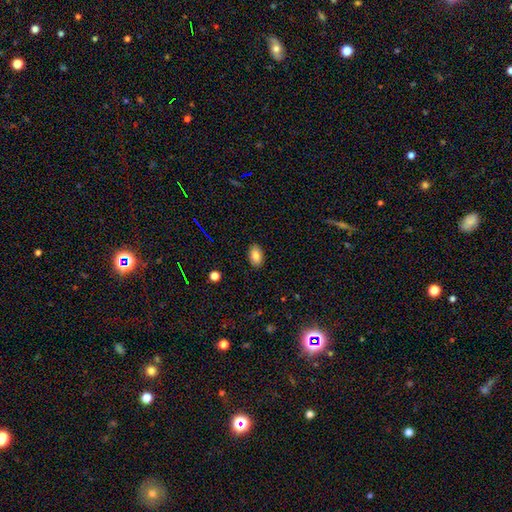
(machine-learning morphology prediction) smooth-or-featured: smooth: 83% | star or artifact: 9% | featured or disk: 8%
  how-rounded: in between: 90% | round: 8% | cigar-shaped: 1%
  merging: none: 88% | minor disturbance: 9% | major disturbance: 2% | merger: 1%